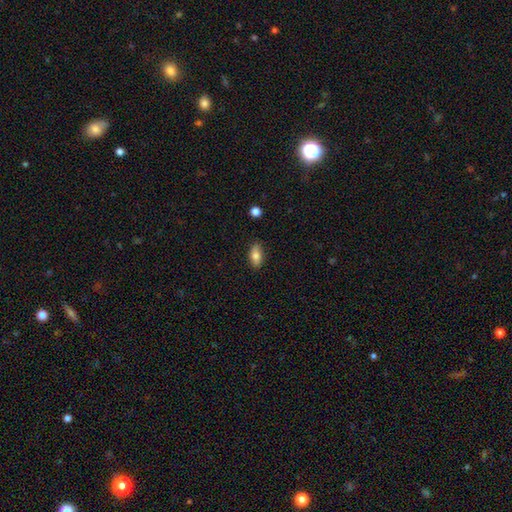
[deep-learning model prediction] This is likely a smooth galaxy (77%). How rounded: clearly in between (86%). Merging: clearly none (85%).